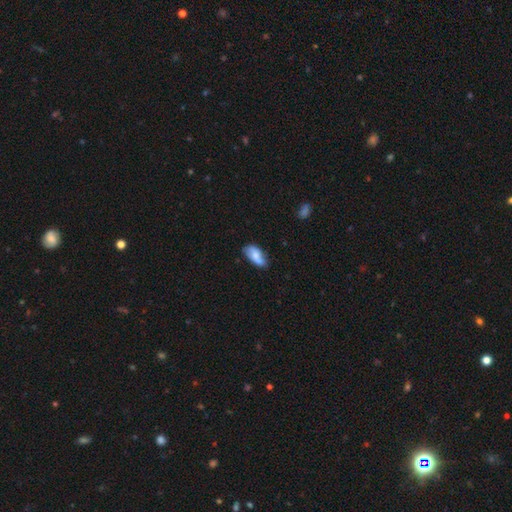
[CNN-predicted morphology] A smooth galaxy with no disk features (67%) that is in between round and cigar-shaped (90%). Merging: none (49%).